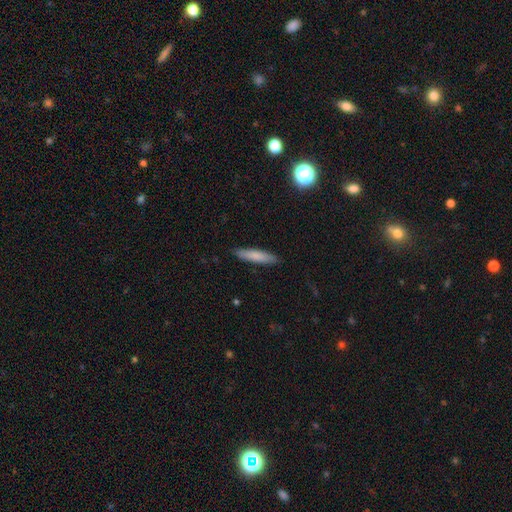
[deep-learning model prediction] A smooth galaxy with no disk features (79%) that is cigar-shaped (84%). Merging: none (89%).